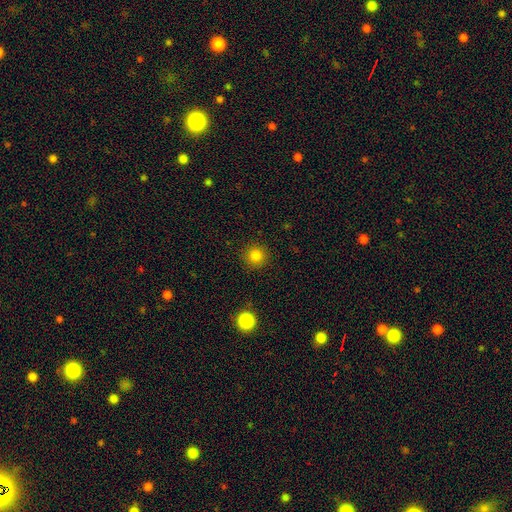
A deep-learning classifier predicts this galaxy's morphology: A smooth galaxy with no disk features (83%) that is round (94%). Merging: none (91%).